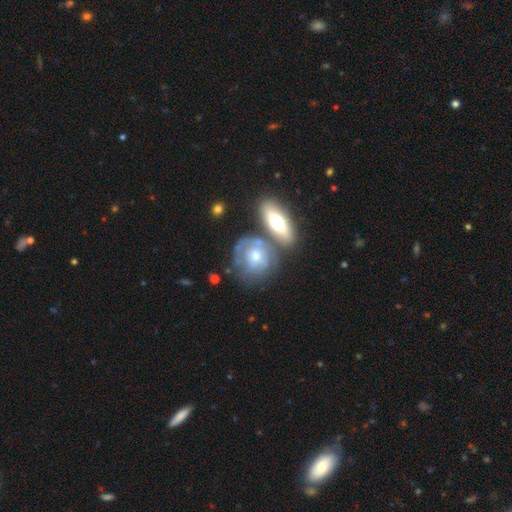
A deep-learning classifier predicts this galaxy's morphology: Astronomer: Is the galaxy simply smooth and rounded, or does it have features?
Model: featured or disk — 57% (runner-up: smooth, 36%).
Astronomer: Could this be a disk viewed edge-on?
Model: no — 93%.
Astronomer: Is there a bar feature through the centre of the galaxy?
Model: no — 80%.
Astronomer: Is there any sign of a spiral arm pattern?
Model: yes — 58% (runner-up: no, 42%).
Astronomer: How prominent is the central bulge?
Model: moderate — 61%.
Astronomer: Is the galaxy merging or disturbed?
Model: none — 49%.